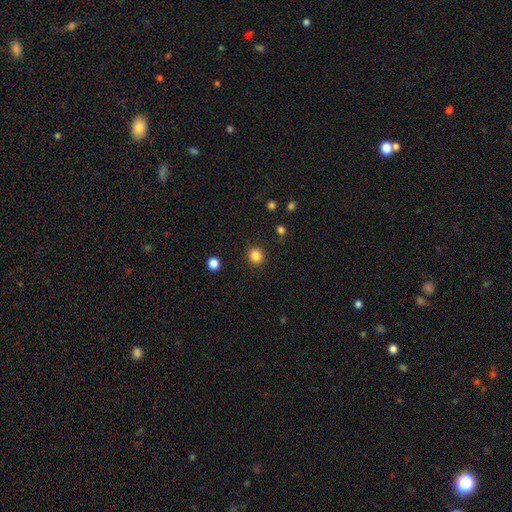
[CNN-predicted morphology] Q: Smooth or featured?
A: smooth (84%); runner-up: star or artifact (12%)
Q: How rounded?
A: round (88%); runner-up: in between (11%)
Q: Merging?
A: none (91%); runner-up: minor disturbance (6%)